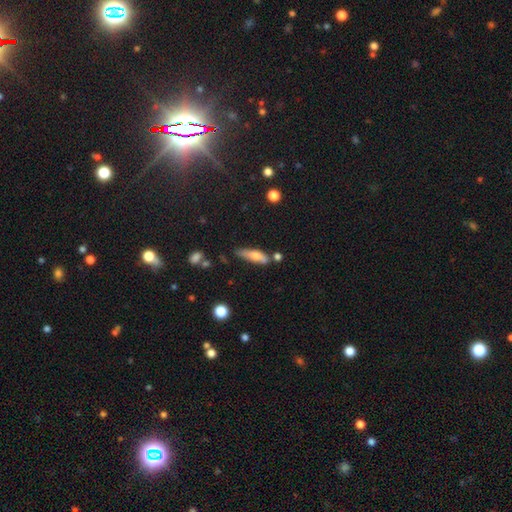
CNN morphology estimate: smooth-or-featured: smooth: 64% | featured or disk: 28% | star or artifact: 7%
  how-rounded: cigar-shaped: 57% | in between: 40% | round: 2%
  merging: none: 56% | minor disturbance: 26% | merger: 12% | major disturbance: 7%